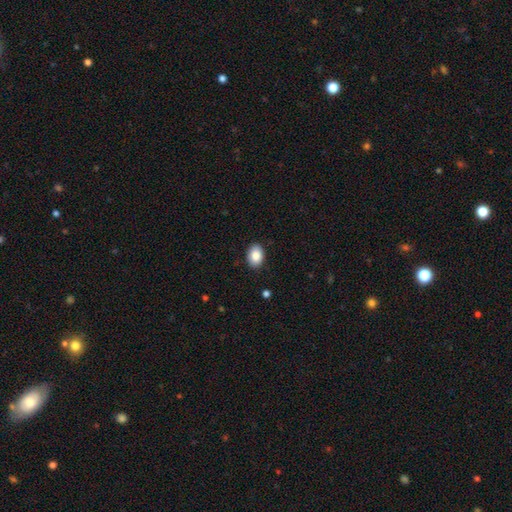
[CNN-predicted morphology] Smooth or featured: smooth — 86% (star or artifact — 7%)
How rounded: in between — 79% (round — 20%)
Merging: none — 89% (minor disturbance — 9%)